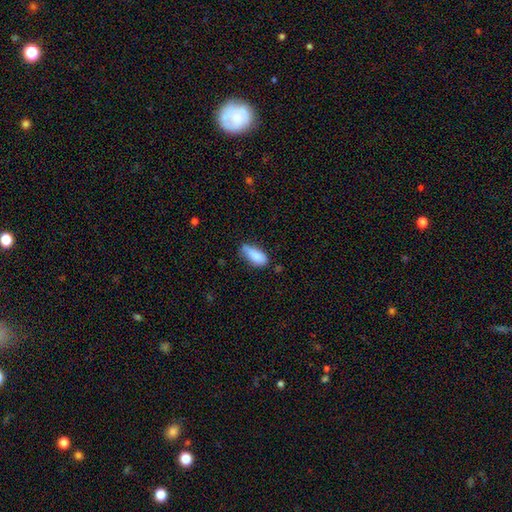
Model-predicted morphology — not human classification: Overall: smooth (84%). How rounded: in between (82%). Merging: none (49%; minor disturbance 37%).